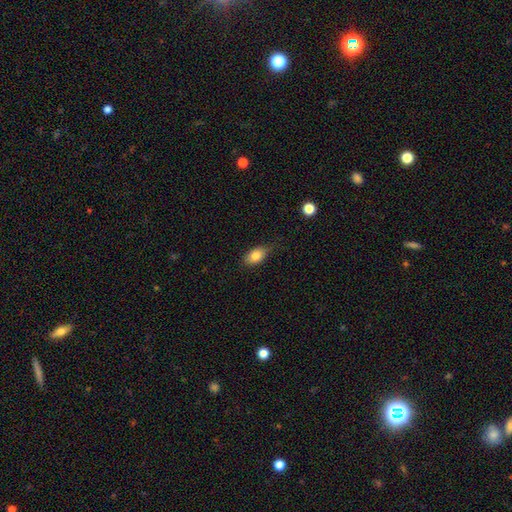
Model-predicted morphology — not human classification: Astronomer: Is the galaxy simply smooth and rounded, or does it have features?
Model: smooth — 81%.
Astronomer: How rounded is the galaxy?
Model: in between — 86%.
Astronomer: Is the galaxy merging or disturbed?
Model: none — 70%.